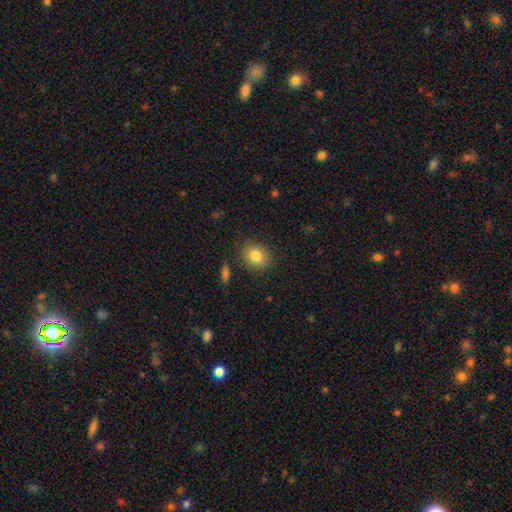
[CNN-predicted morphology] smooth_or_featured: smooth (p=0.83) [alt: star or artifact p=0.09]
how_rounded: round (p=0.62) [alt: in between p=0.37]
merging: none (p=0.87) [alt: minor disturbance p=0.09]